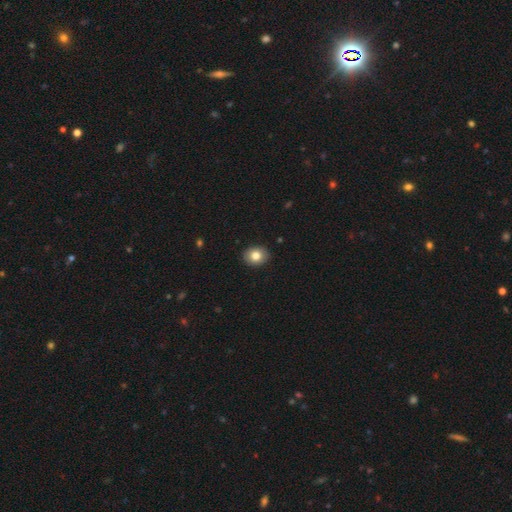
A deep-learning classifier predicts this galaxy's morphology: smooth_or_featured: smooth (p=0.81) [alt: featured or disk p=0.10]
how_rounded: in between (p=0.51) [alt: round p=0.48]
merging: none (p=0.90) [alt: minor disturbance p=0.07]